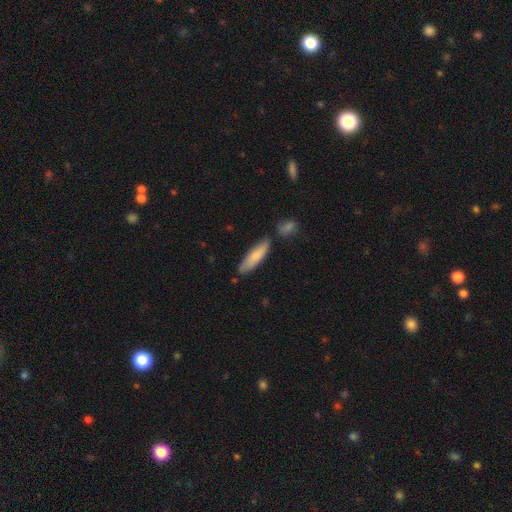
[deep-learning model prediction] Smooth or featured? smooth (79%)
How rounded? cigar-shaped (68%)
Merging? none (73%)